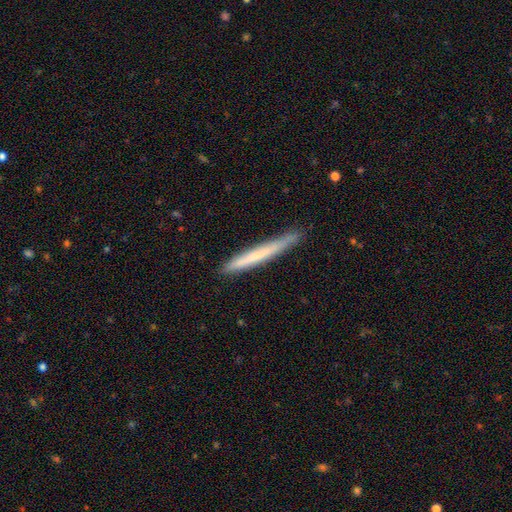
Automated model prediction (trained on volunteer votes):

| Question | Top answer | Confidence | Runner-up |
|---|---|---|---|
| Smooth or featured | smooth | 61% | featured or disk (33%) |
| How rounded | cigar-shaped | 97% | in between (2%) |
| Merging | none | 84% | minor disturbance (13%) |